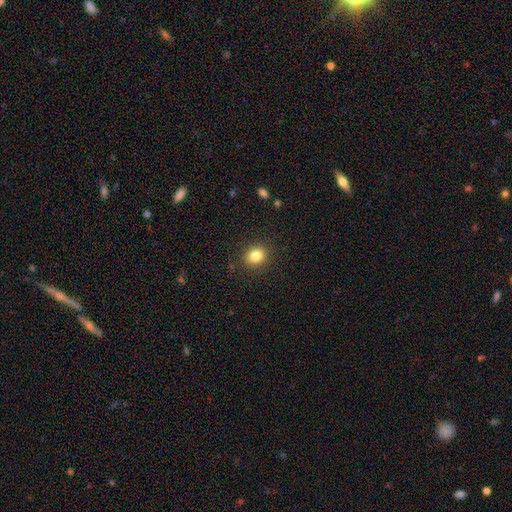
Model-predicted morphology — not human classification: Smooth or featured? Predicted: smooth (p=0.83). How rounded? Predicted: round (p=0.65). Merging? Predicted: none (p=0.89).